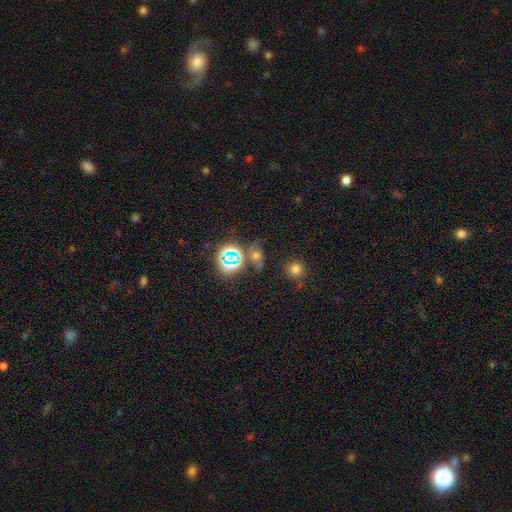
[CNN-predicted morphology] type=star or artifact (46%).